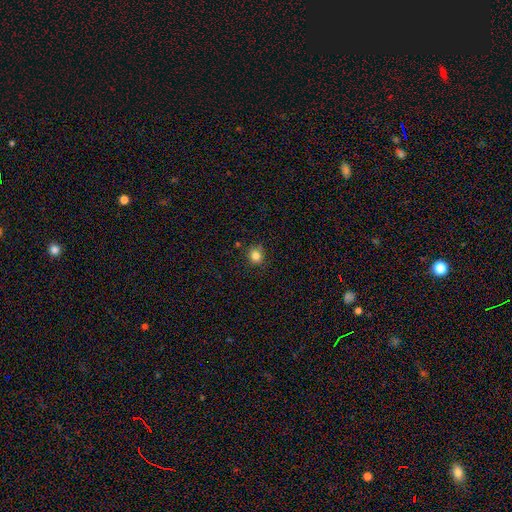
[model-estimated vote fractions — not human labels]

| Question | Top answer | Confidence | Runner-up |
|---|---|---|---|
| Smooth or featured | smooth | 82% | star or artifact (13%) |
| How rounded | round | 87% | in between (12%) |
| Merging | none | 82% | minor disturbance (13%) |